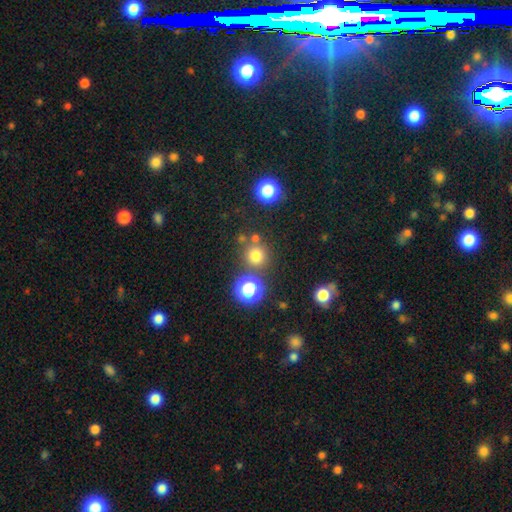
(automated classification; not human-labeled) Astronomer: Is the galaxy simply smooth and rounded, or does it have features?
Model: smooth — 72%.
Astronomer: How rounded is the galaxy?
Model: round — 93%.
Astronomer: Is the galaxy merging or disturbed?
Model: none — 77%.